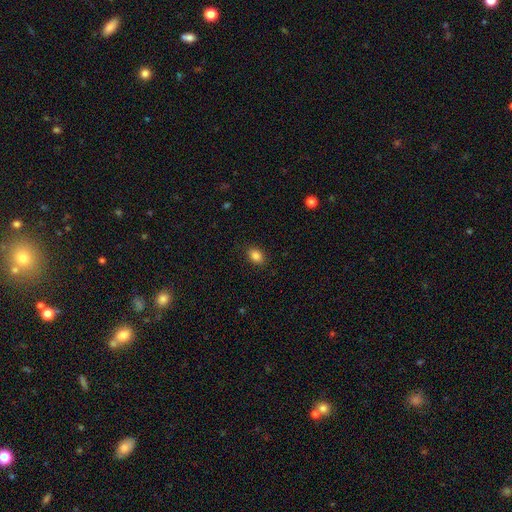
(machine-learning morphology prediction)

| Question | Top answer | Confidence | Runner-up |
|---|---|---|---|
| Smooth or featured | smooth | 86% | star or artifact (10%) |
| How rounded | in between | 74% | round (25%) |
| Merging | none | 88% | minor disturbance (9%) |